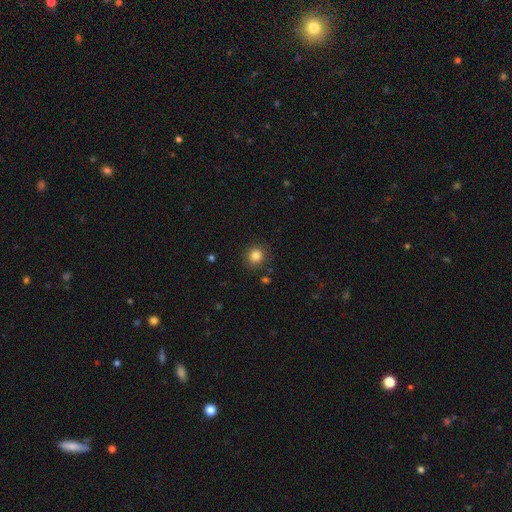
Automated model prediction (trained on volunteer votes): Smooth or featured?
  - smooth: 83% *
  - star or artifact: 12%
  - featured or disk: 5%
How rounded?
  - round: 92% *
  - in between: 7%
  - cigar-shaped: 1%
Merging?
  - none: 89% *
  - minor disturbance: 7%
  - major disturbance: 2%
  - merger: 2%